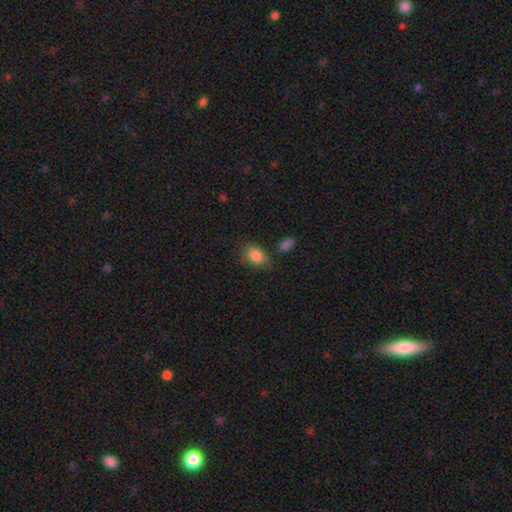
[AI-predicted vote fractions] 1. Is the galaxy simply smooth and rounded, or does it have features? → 85% smooth, 8% star or artifact, 7% featured or disk.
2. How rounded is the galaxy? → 82% in between, 16% round, 2% cigar-shaped.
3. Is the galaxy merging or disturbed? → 62% none, 25% minor disturbance, 7% major disturbance, 6% merger.